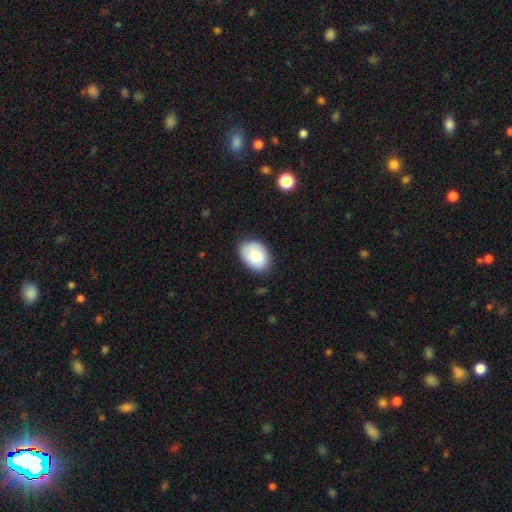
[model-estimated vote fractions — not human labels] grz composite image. It shows a smooth galaxy with no disk features (85%) that is in between round and cigar-shaped (81%). Merging: none (80%).